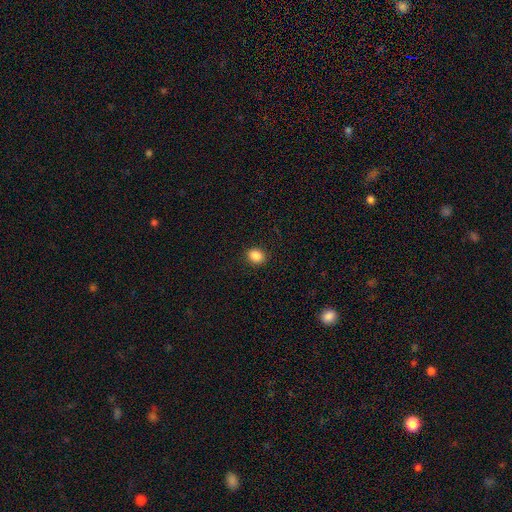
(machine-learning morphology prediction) Smooth or featured? Predicted: smooth (p=0.87). How rounded? Predicted: round (p=0.54). Merging? Predicted: none (p=0.90).